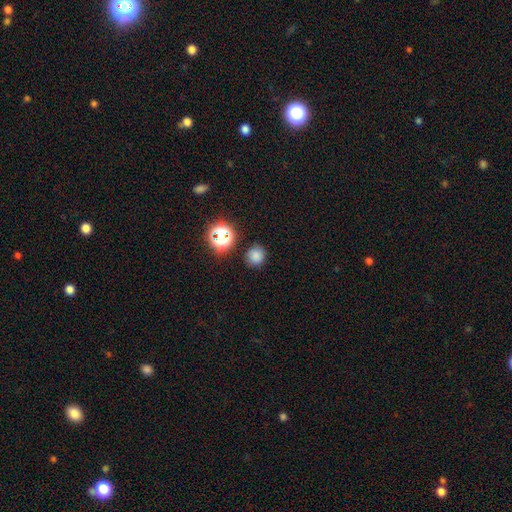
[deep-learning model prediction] smooth-or-featured: smooth: 77% | star or artifact: 18% | featured or disk: 5%
  how-rounded: round: 89% | in between: 10% | cigar-shaped: 1%
  merging: none: 85% | minor disturbance: 10% | major disturbance: 3% | merger: 3%